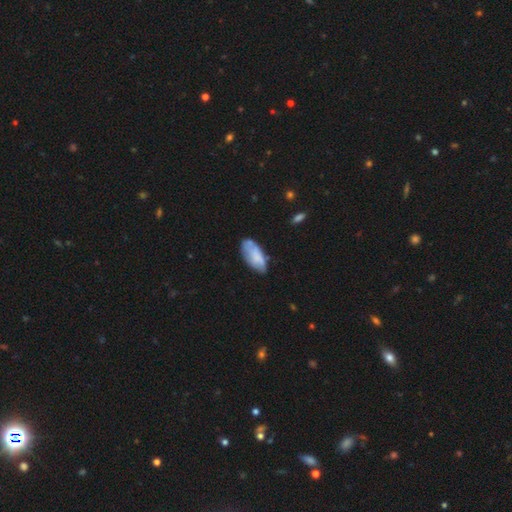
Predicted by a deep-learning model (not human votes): Morphology: type=smooth (69%); roundness=in between (90%); merging=none (54%).